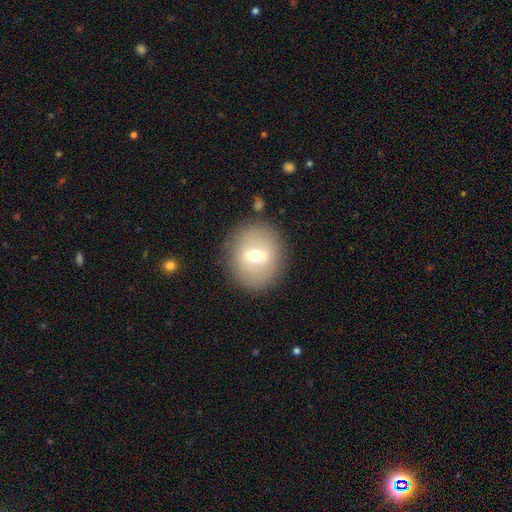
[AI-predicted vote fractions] This is possibly a featured or disk galaxy (46%, tied with smooth). Merging: clearly none (84%).